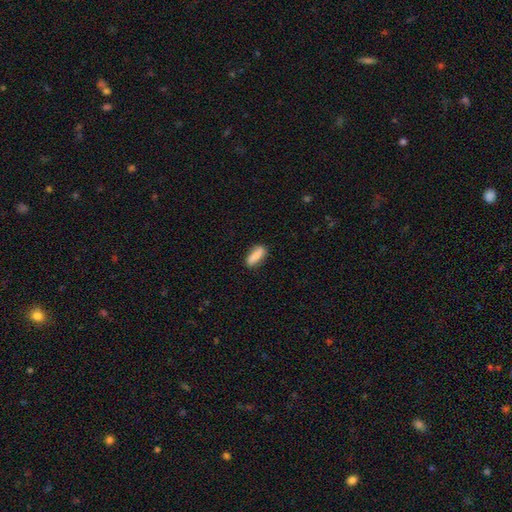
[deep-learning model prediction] Smooth or featured: smooth — 80% (featured or disk — 13%)
How rounded: in between — 60% (cigar-shaped — 37%)
Merging: none — 82% (minor disturbance — 14%)